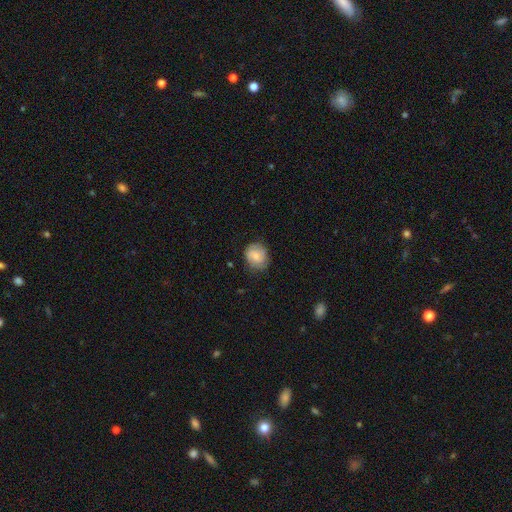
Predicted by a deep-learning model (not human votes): Smooth or featured? Predicted: smooth (p=0.67). How rounded? Predicted: round (p=0.66). Merging? Predicted: none (p=0.73).